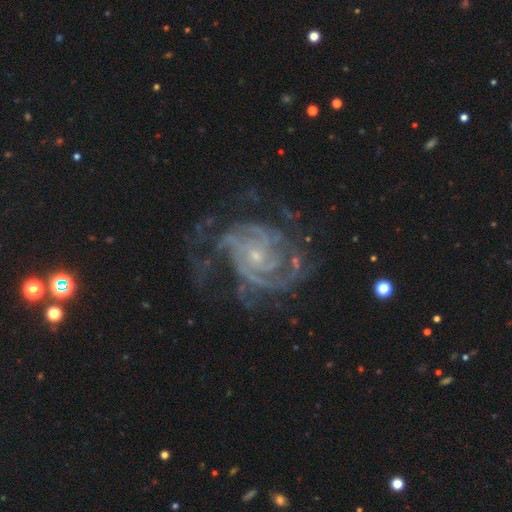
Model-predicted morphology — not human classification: Q: Smooth or featured?
A: featured or disk (91%); runner-up: star or artifact (6%)
Q: Edge-on disk?
A: no (98%); runner-up: yes (2%)
Q: Bar?
A: no (71%); runner-up: weak (22%)
Q: Spiral arms?
A: yes (98%); runner-up: no (2%)
Q: Spiral winding?
A: tight (62%); runner-up: medium (32%)
Q: Spiral arm count?
A: 3 (25%); runner-up: 2 (23%)
Q: Bulge size?
A: small (80%); runner-up: moderate (15%)
Q: Merging?
A: none (60%); runner-up: minor disturbance (19%)